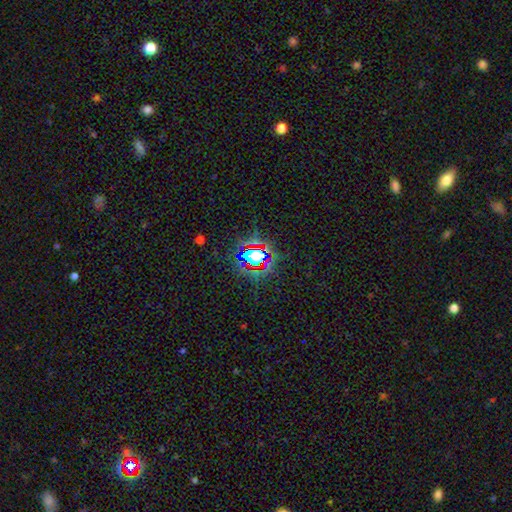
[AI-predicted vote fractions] Morphology: type=star or artifact (70%).